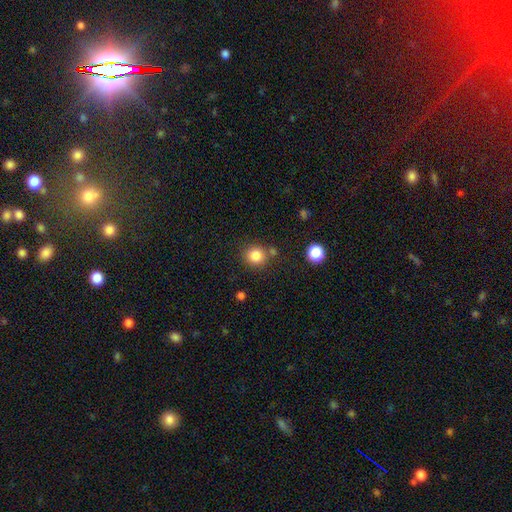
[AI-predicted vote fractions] Smooth or featured?
  - smooth: 83% *
  - star or artifact: 11%
  - featured or disk: 5%
How rounded?
  - round: 90% *
  - in between: 9%
  - cigar-shaped: 1%
Merging?
  - none: 78% *
  - merger: 10%
  - minor disturbance: 9%
  - major disturbance: 3%